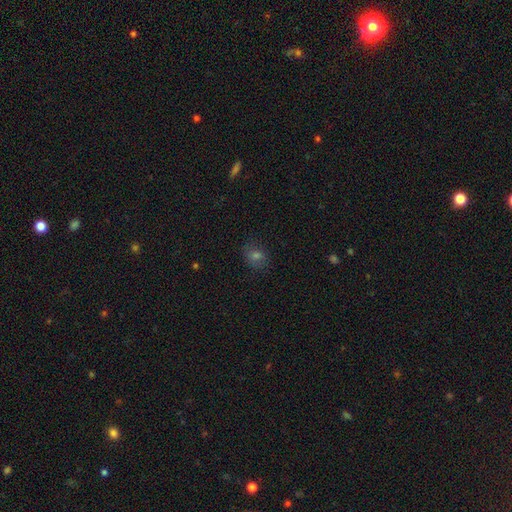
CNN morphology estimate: smooth-or-featured: smooth: 60% | star or artifact: 23% | featured or disk: 16%
  how-rounded: round: 54% | in between: 45% | cigar-shaped: 1%
  merging: none: 78% | minor disturbance: 15% | major disturbance: 5% | merger: 1%